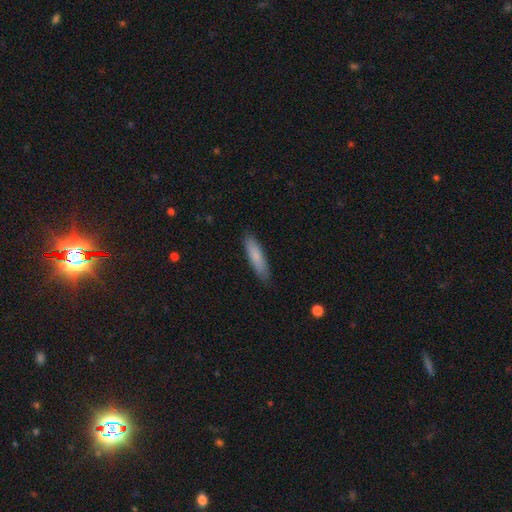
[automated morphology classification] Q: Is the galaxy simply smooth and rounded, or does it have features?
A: smooth — 82%.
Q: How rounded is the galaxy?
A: cigar-shaped — 77%.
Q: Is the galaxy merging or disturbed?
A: none — 86%.